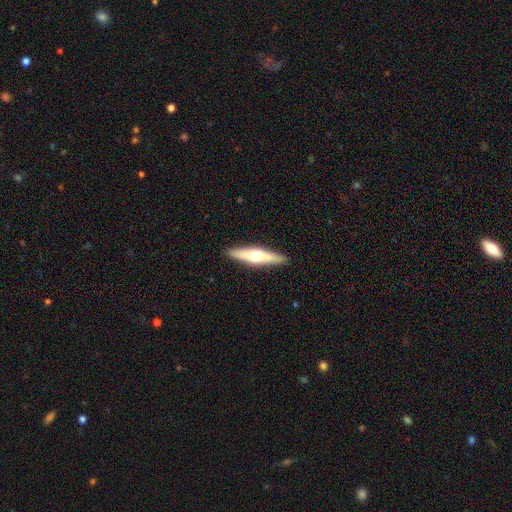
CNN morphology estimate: Smooth or featured? Predicted: featured or disk (p=0.52). Edge-on disk? Predicted: yes (p=0.92). Merging? Predicted: none (p=0.90).